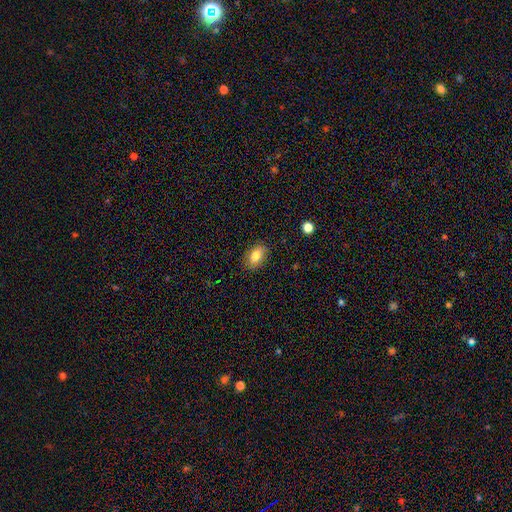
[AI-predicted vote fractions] Smooth or featured: smooth — 80% (featured or disk — 11%)
How rounded: in between — 88% (round — 10%)
Merging: none — 85% (minor disturbance — 11%)